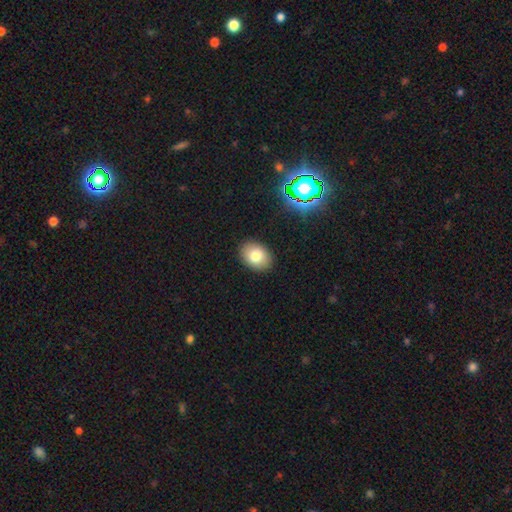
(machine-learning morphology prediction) type=smooth (78%); roundness=in between (72%); merging=none (89%).